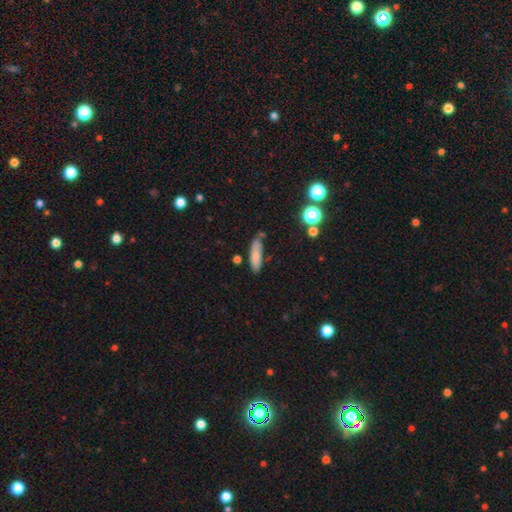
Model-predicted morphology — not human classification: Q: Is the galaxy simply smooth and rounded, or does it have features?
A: smooth — 77%.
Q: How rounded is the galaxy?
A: cigar-shaped — 64%.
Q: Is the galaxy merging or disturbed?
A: none — 71%.